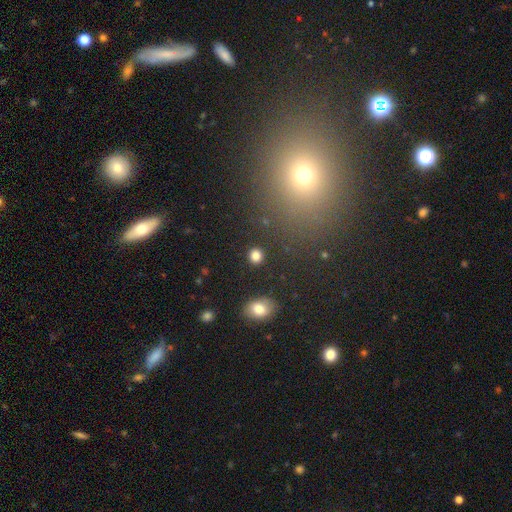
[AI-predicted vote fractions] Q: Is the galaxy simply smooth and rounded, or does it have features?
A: smooth — 84%.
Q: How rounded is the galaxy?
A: round — 86%.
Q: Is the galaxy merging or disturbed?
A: none — 90%.